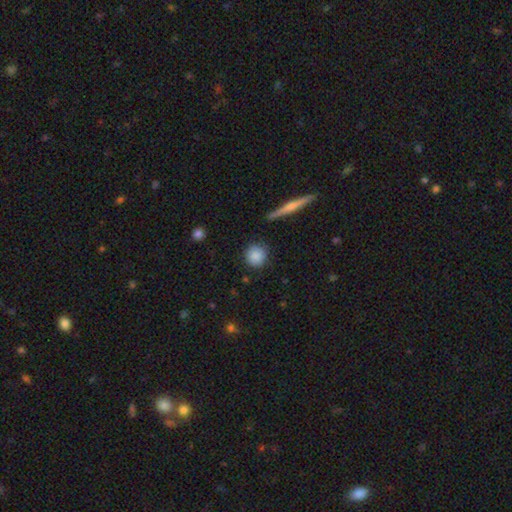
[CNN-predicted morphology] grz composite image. It shows a smooth galaxy with no disk features (86%) that is round (91%). Merging: none (86%).